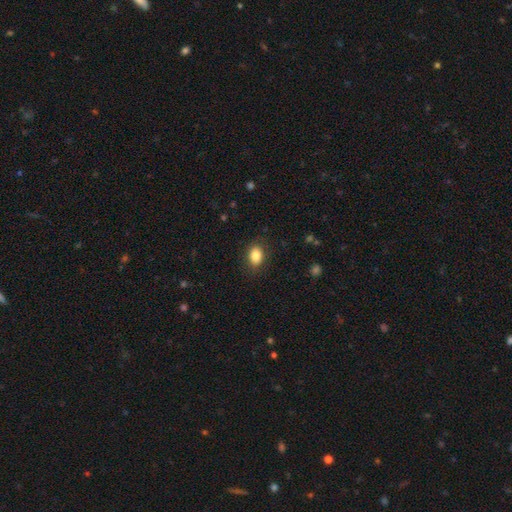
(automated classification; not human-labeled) smooth 85%, star or artifact 9%, featured or disk 7%. Down the decision tree: how rounded — in between (77%); merging — none (85%).